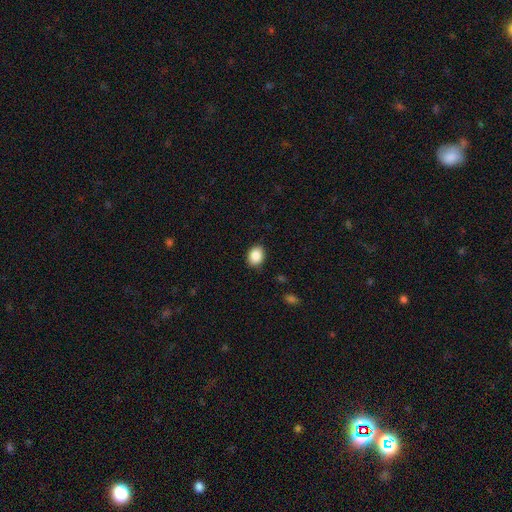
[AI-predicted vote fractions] Q: Smooth or featured?
A: smooth (88%); runner-up: star or artifact (8%)
Q: How rounded?
A: in between (58%); runner-up: round (41%)
Q: Merging?
A: none (87%); runner-up: minor disturbance (10%)